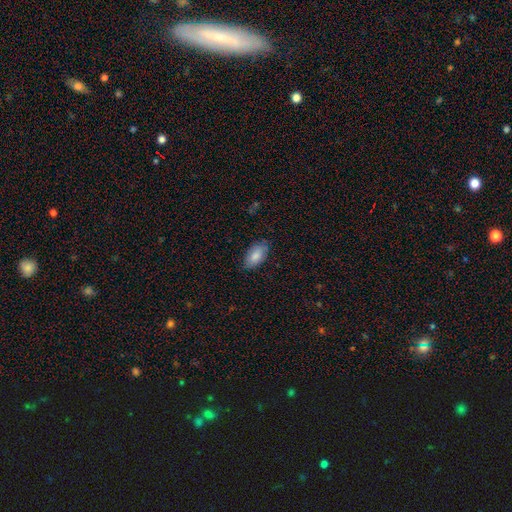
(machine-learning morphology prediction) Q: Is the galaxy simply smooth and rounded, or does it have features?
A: smooth — 84%.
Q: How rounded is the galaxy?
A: in between — 93%.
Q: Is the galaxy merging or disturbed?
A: none — 79%.